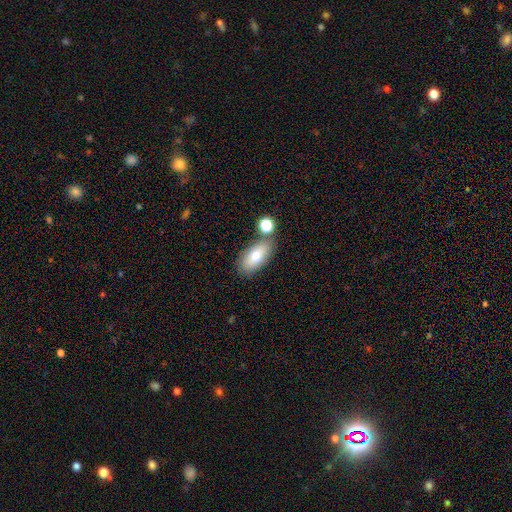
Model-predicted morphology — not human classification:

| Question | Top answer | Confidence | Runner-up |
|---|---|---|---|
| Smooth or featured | smooth | 71% | featured or disk (20%) |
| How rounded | in between | 88% | cigar-shaped (7%) |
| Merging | none | 72% | merger (12%) |